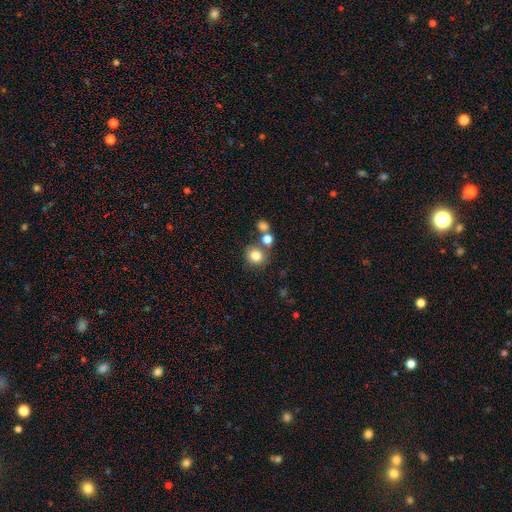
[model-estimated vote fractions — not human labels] Morphology: type=smooth (80%); roundness=round (87%); merging=none (70%).